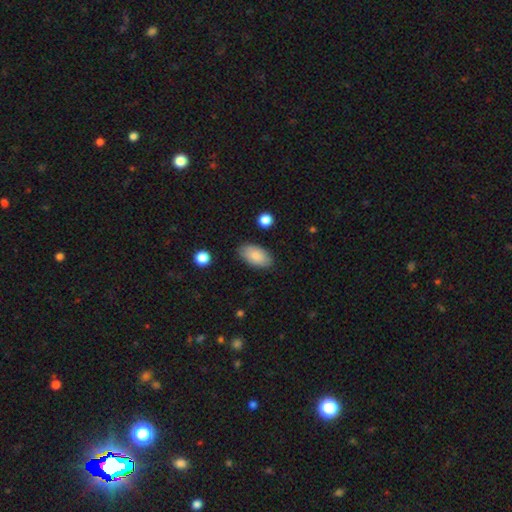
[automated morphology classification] This appears to be a smooth galaxy with no disk features (87%) that is in between round and cigar-shaped (95%). Merging: none (85%).